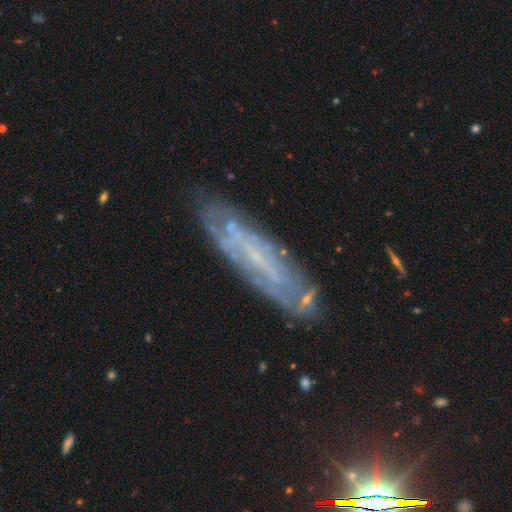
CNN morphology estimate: Smooth or featured? featured or disk (67%)
Edge-on disk? no (66%)
Merging? none (78%)